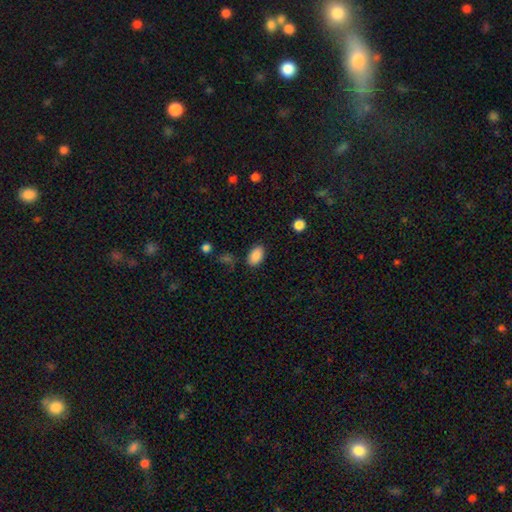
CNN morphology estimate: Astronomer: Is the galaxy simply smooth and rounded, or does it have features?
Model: smooth — 87%.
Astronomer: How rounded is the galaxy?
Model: in between — 91%.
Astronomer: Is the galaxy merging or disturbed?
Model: none — 83%.